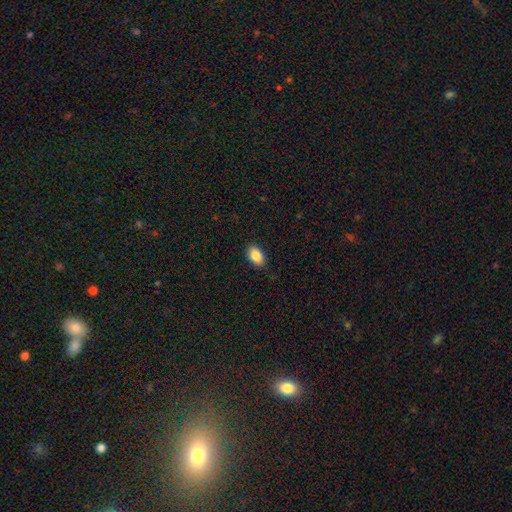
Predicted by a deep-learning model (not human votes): Overall: smooth (88%). How rounded: in between (90%). Merging: none (87%).